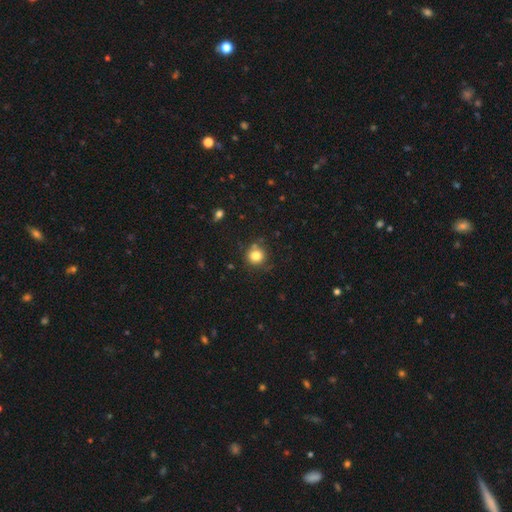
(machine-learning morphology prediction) smooth-or-featured: smooth: 81% | star or artifact: 12% | featured or disk: 7%
  how-rounded: round: 91% | in between: 8% | cigar-shaped: 1%
  merging: none: 77% | minor disturbance: 14% | merger: 5% | major disturbance: 4%